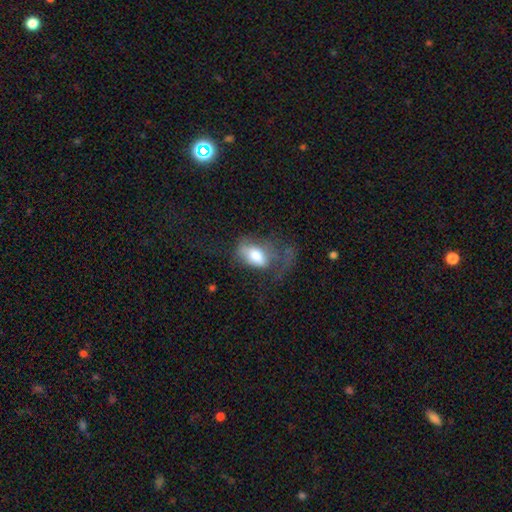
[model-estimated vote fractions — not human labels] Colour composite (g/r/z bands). It shows a smooth galaxy with no disk features (68%) that is in between round and cigar-shaped (89%). Merging: major disturbance (49%).